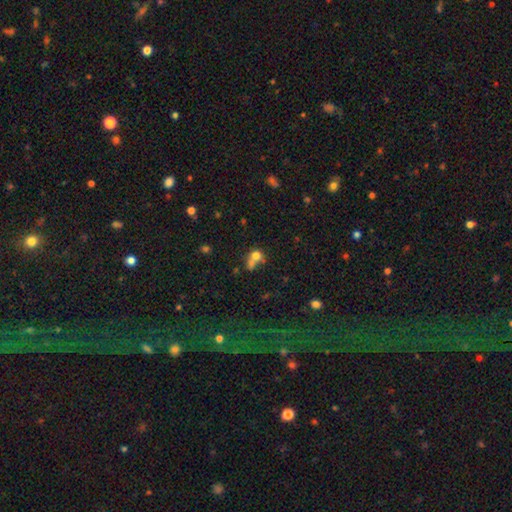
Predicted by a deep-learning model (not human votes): Morphology: type=smooth (71%); roundness=round (71%); merging=merger (55%).